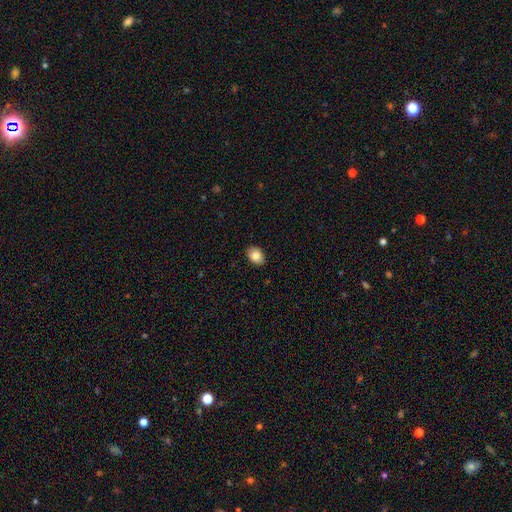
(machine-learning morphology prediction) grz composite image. It shows a smooth galaxy with no disk features (85%) that is in between round and cigar-shaped (79%). Merging: none (89%).